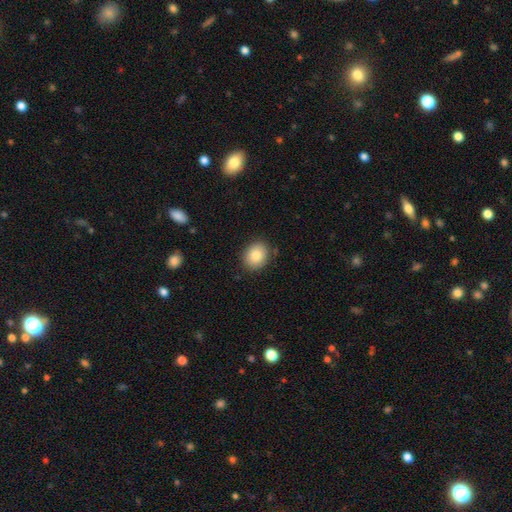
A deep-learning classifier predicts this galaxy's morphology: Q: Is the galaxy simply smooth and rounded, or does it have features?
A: smooth — 83%.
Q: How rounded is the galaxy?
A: round — 57%.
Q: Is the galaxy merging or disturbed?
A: none — 86%.